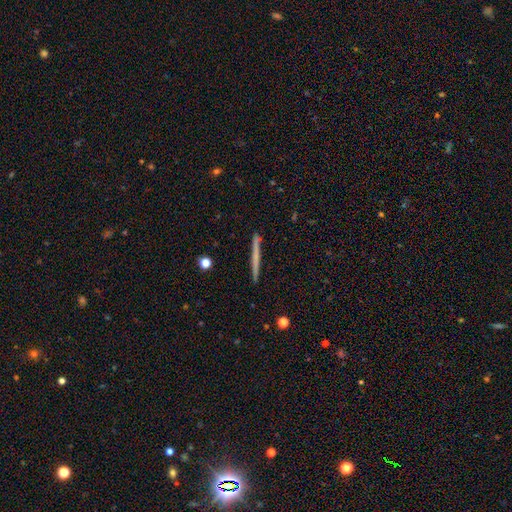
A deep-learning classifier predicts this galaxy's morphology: Smooth or featured?
  - smooth: 49% *
  - featured or disk: 45%
  - star or artifact: 6%
Merging?
  - none: 92% *
  - minor disturbance: 6%
  - merger: 1%
  - major disturbance: 1%